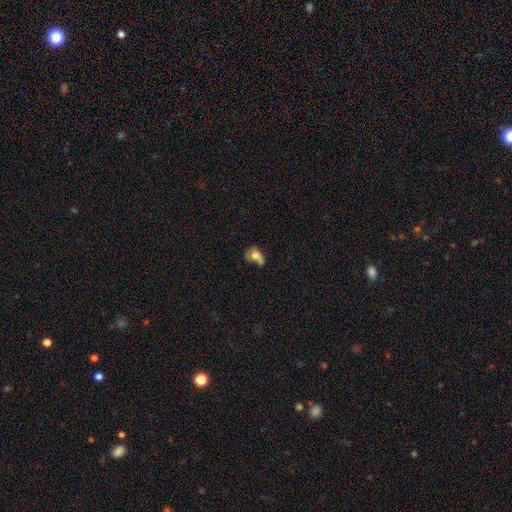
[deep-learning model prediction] smooth-or-featured: smooth: 66% | featured or disk: 24% | star or artifact: 10%
  how-rounded: in between: 74% | round: 23% | cigar-shaped: 2%
  merging: minor disturbance: 32% (tied) | major disturbance: 32% (tied) | none: 26% | merger: 11%